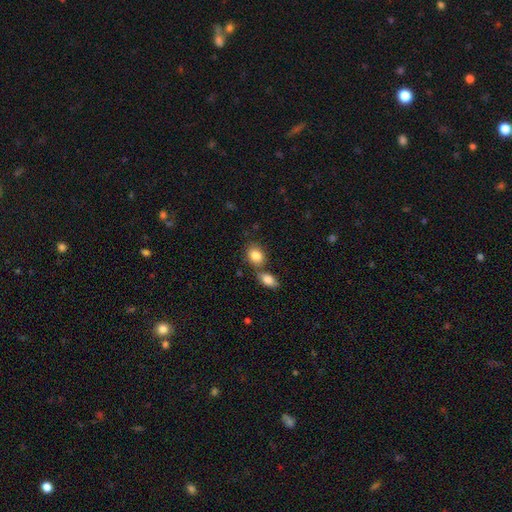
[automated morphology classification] Q: Smooth or featured?
A: smooth (85%); runner-up: star or artifact (8%)
Q: How rounded?
A: in between (62%); runner-up: round (37%)
Q: Merging?
A: none (57%); runner-up: merger (28%)